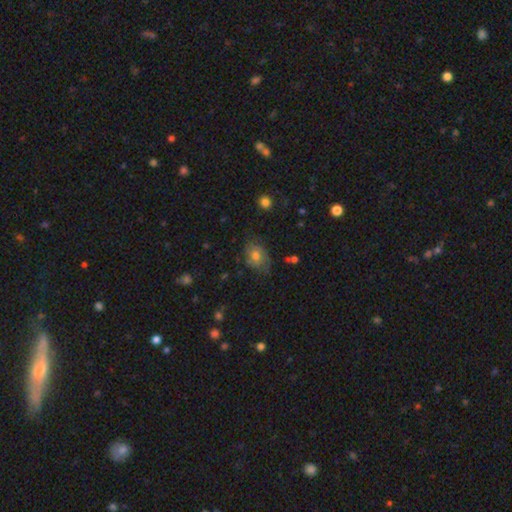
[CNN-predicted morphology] Smooth or featured?
  - smooth: 60% *
  - featured or disk: 28%
  - star or artifact: 12%
How rounded?
  - in between: 71% *
  - round: 28%
  - cigar-shaped: 1%
Merging?
  - none: 64% *
  - minor disturbance: 26%
  - major disturbance: 9%
  - merger: 2%